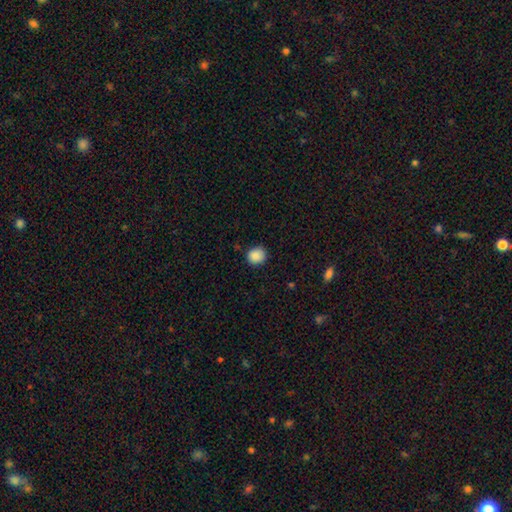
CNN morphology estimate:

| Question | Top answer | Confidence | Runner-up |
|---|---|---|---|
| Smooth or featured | smooth | 88% | star or artifact (9%) |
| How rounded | round | 83% | in between (16%) |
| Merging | none | 87% | minor disturbance (10%) |